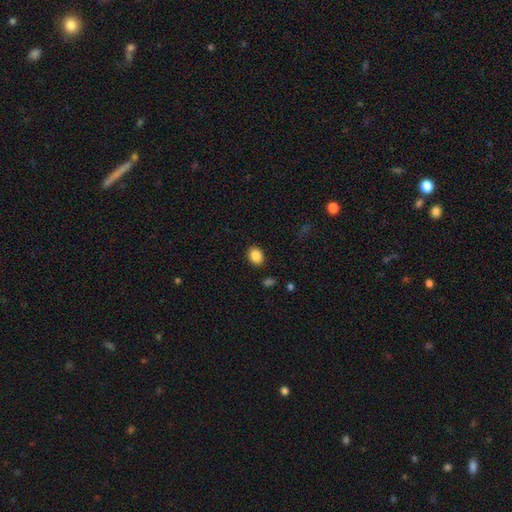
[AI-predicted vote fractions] smooth-or-featured: smooth: 87% | star or artifact: 9% | featured or disk: 4%
  how-rounded: in between: 51% | round: 48% | cigar-shaped: 1%
  merging: none: 88% | minor disturbance: 8% | major disturbance: 2% | merger: 2%